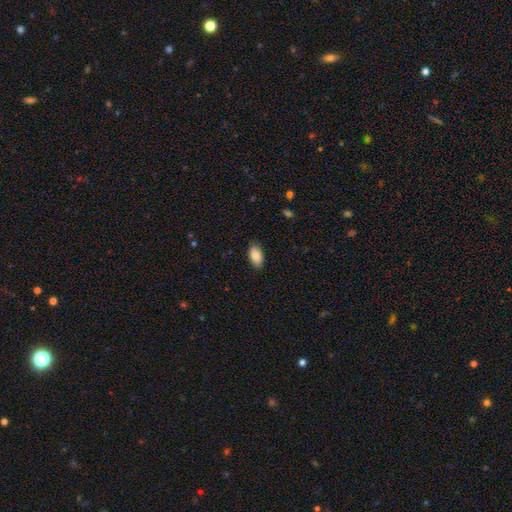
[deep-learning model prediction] Smooth or featured?
  - smooth: 83% *
  - featured or disk: 10%
  - star or artifact: 7%
How rounded?
  - in between: 94% *
  - round: 4%
  - cigar-shaped: 2%
Merging?
  - none: 85% *
  - minor disturbance: 12%
  - major disturbance: 2%
  - merger: 1%